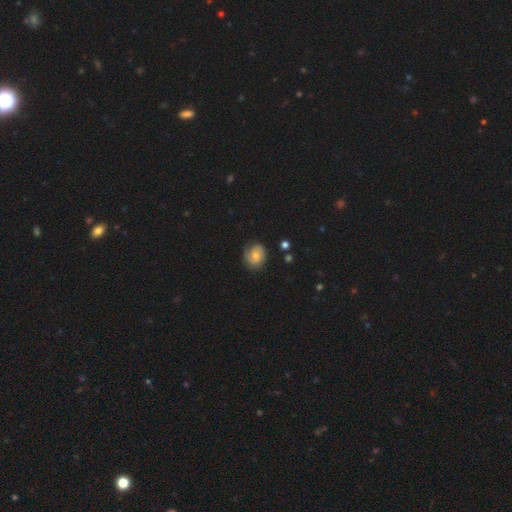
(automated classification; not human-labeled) This is possibly a smooth galaxy (56%). How rounded: likely round (63%). Merging: likely none (72%).